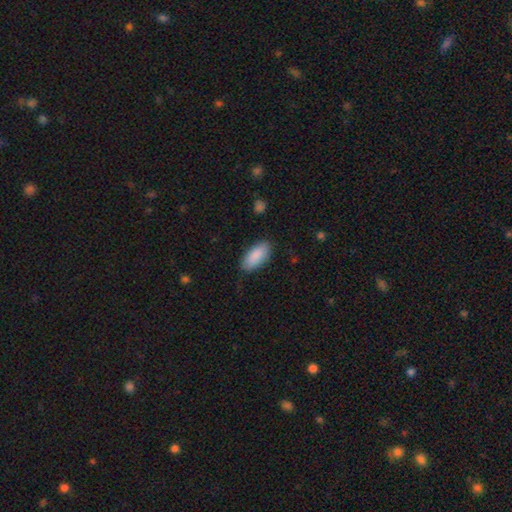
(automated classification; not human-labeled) Overall: smooth (89%). How rounded: in between (90%). Merging: none (85%).